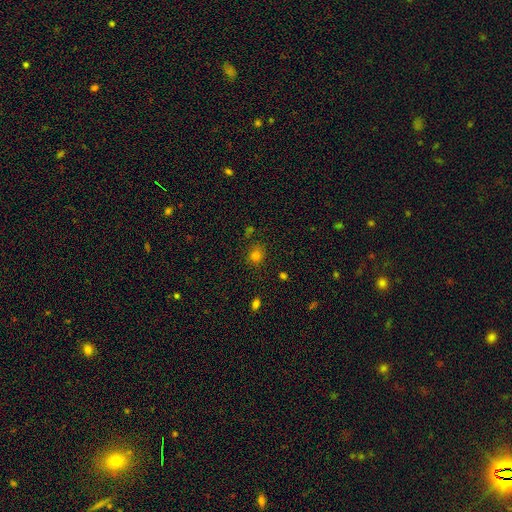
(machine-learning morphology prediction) Smooth or featured?
  - smooth: 77% *
  - star or artifact: 16%
  - featured or disk: 7%
How rounded?
  - round: 83% *
  - in between: 16%
  - cigar-shaped: 1%
Merging?
  - none: 83% *
  - minor disturbance: 11%
  - major disturbance: 3%
  - merger: 2%